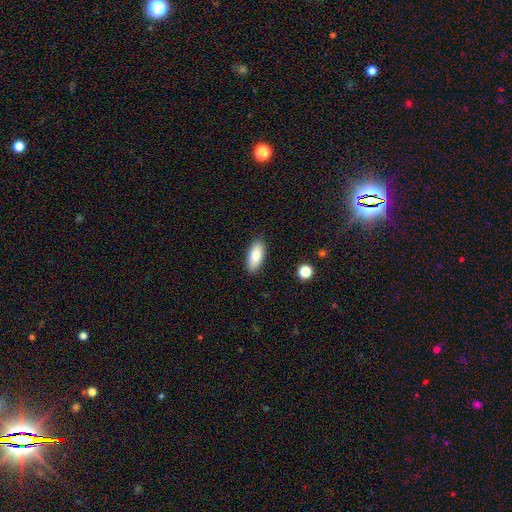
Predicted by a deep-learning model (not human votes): smooth 84%, featured or disk 10%, star or artifact 6%. Down the decision tree: how rounded — in between (84%); merging — none (88%).